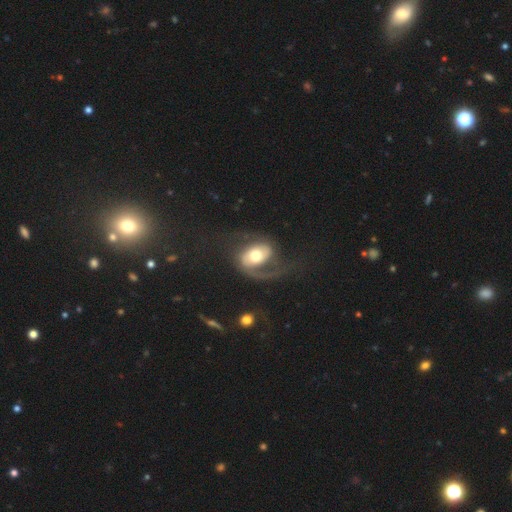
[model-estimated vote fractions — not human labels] Overall: featured or disk (71%). Edge-on disk: no (96%). Bar: no (52%; weak 29%). Spiral arms: yes (87%). Spiral arm count: 2 (59%; 1 34%). Spiral winding: loose (43%; medium 40%). Bulge size: moderate (63%; large 23%). Merging: none (44%; major disturbance 36%).